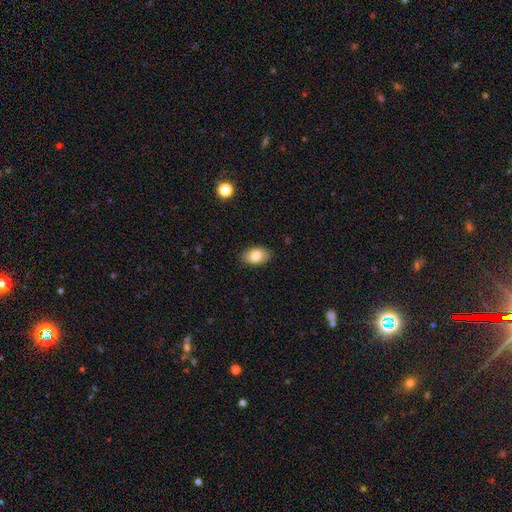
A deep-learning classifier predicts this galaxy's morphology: Smooth or featured: smooth — 81% (featured or disk — 12%)
How rounded: in between — 90% (round — 9%)
Merging: none — 87% (minor disturbance — 10%)